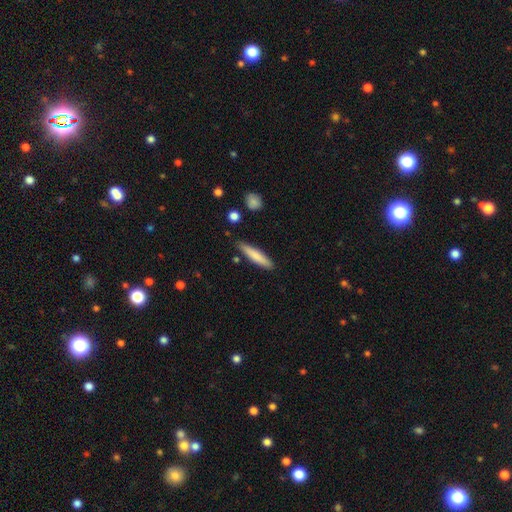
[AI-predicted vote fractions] Overall: smooth (77%). How rounded: cigar-shaped (88%). Merging: none (84%).